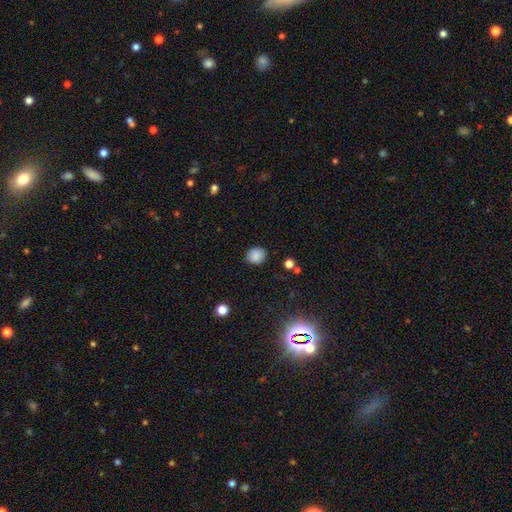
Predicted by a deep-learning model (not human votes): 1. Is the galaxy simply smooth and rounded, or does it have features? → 84% smooth, 11% star or artifact, 5% featured or disk.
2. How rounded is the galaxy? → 70% round, 29% in between, 1% cigar-shaped.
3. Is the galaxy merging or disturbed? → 86% none, 10% minor disturbance, 2% major disturbance, 1% merger.